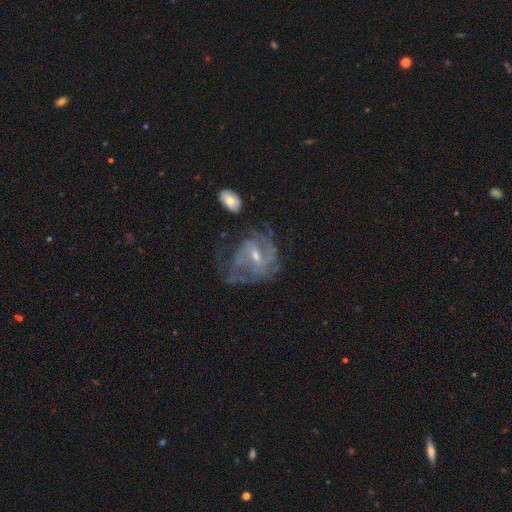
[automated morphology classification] smooth-or-featured: featured or disk: 82% | smooth: 10% | star or artifact: 9%
  disk-edge-on: no: 97% | yes: 3%
    bar: weak: 53% | no: 30% | strong: 18%
    has-spiral-arms: yes: 85% | no: 15%
      spiral-winding: medium: 44% | tight: 36% | loose: 20%
      spiral-arm-count: can't tell: 36% | 2: 30% | 3: 18% | 4: 7% | 1: 5% | more than 4: 4%
    bulge-size: small: 56% | moderate: 38% | none: 3% | large: 2% | dominant: 1%
  merging: none: 47% | major disturbance: 27% | minor disturbance: 22% | merger: 5%